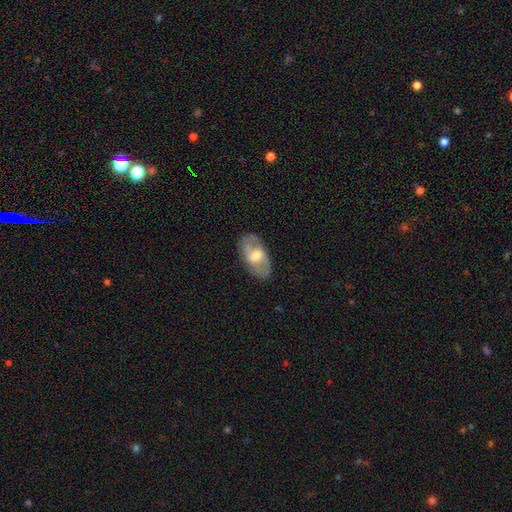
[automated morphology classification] A featured or disk galaxy (61%) with a weak bar (50%), spiral arms (70%) and a moderate central bulge (61%). Merging: none (81%).